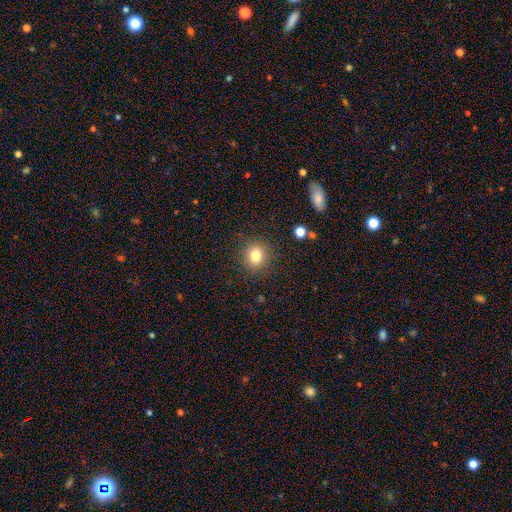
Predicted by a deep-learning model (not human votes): Morphology: type=smooth (80%); roundness=round (77%); merging=none (87%).